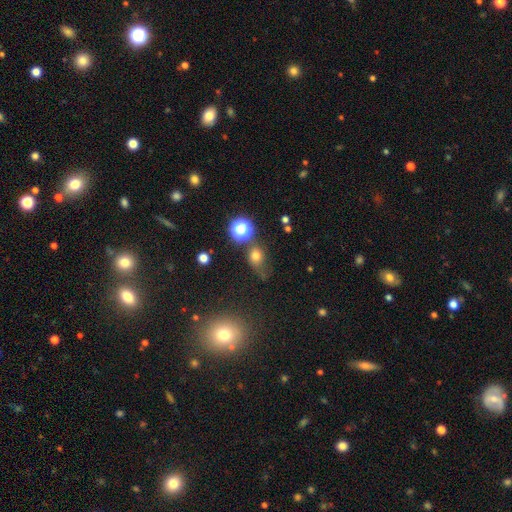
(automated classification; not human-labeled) A smooth galaxy with no disk features (69%) that is round (63%).

Vote fractions:
- Smooth or featured? smooth: 69% / star or artifact: 21% / featured or disk: 10%
- How rounded? round: 63% / in between: 36% / cigar-shaped: 2%
- Merging? none: 49% / minor disturbance: 25% / major disturbance: 17% / merger: 9%